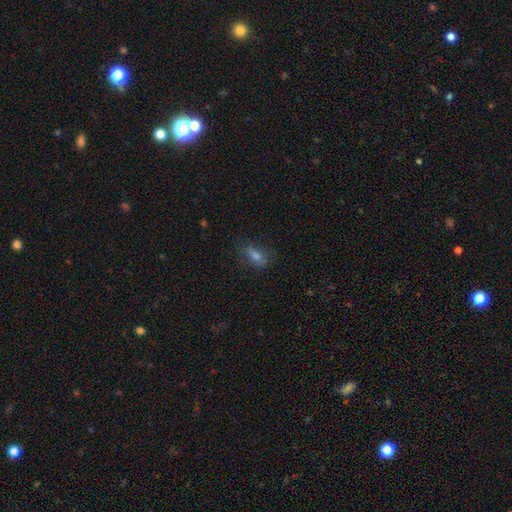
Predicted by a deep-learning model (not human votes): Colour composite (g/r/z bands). It shows a smooth galaxy with no disk features (61%) that is in between round and cigar-shaped (68%). Merging: none (71%).